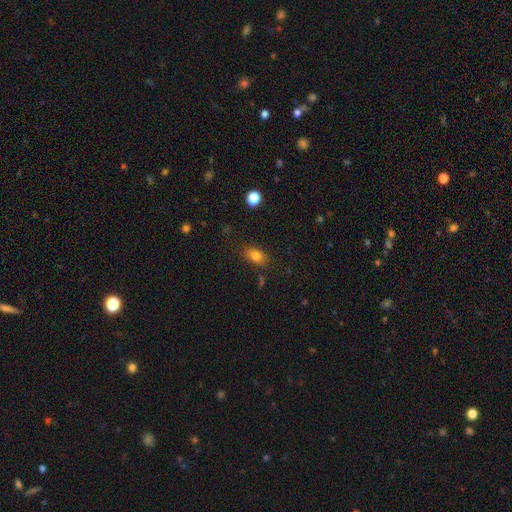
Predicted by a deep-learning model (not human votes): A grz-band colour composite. It shows a smooth galaxy with no disk features (81%) that is in between round and cigar-shaped (80%). Merging: none (81%).